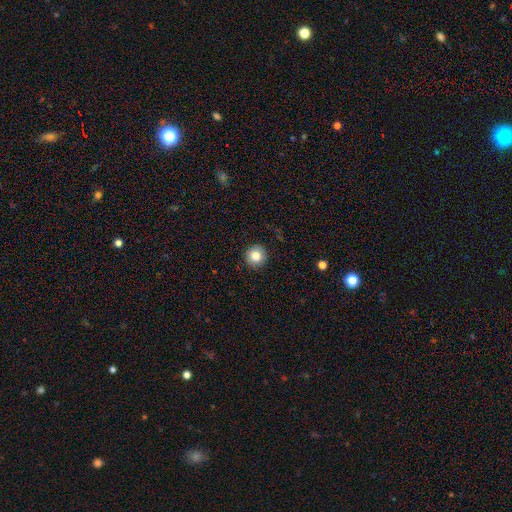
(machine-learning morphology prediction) type=smooth (84%); roundness=round (94%); merging=none (91%).